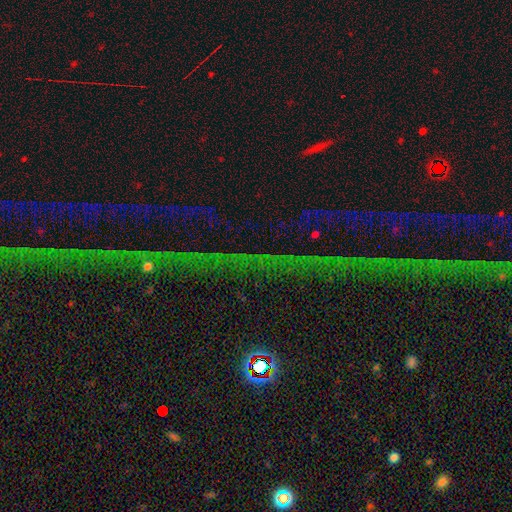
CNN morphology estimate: type=star or artifact (84%).